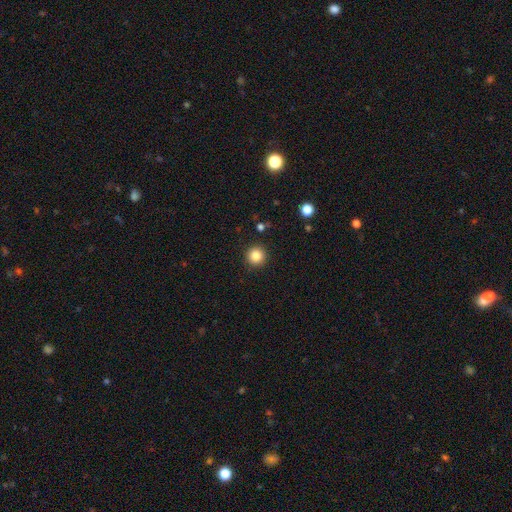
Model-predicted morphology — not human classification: This is clearly a smooth galaxy (84%). How rounded: clearly round (96%). Merging: clearly none (92%).